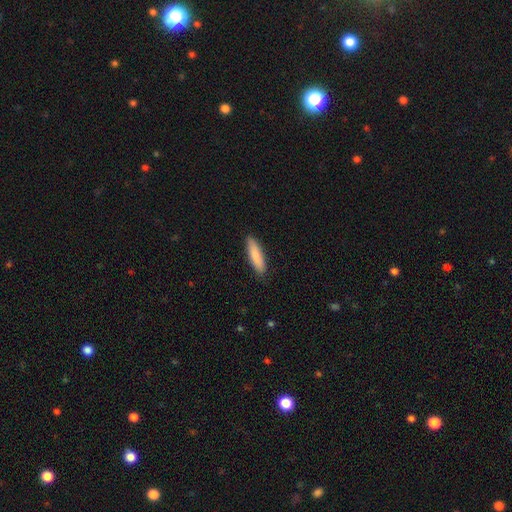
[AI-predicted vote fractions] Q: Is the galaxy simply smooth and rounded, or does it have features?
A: smooth — 85%.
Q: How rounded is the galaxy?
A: cigar-shaped — 72%.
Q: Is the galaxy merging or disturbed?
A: none — 88%.